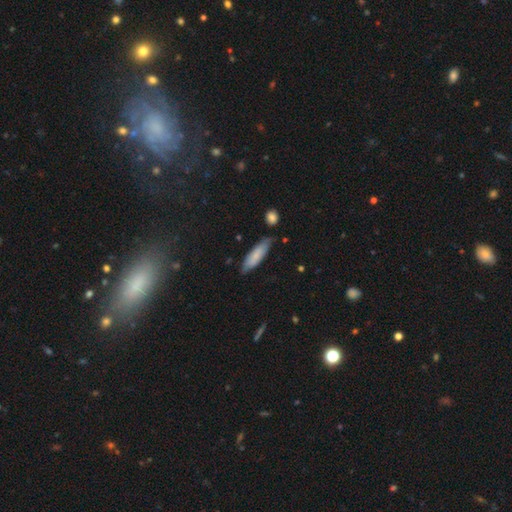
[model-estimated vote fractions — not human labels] A smooth galaxy with no disk features (73%) that is cigar-shaped (60%). Merging: none (73%).